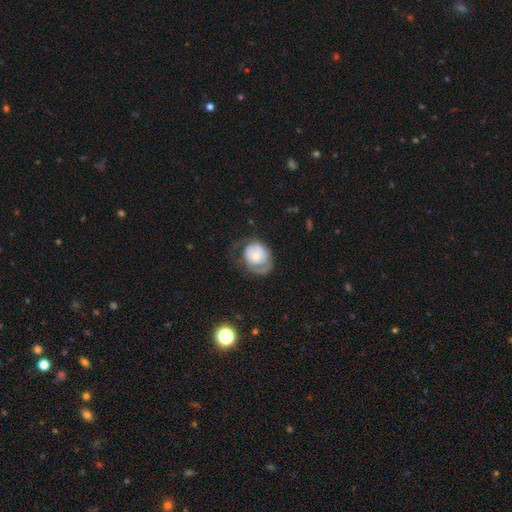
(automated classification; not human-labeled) smooth-or-featured: featured or disk: 52% | smooth: 42% | star or artifact: 6%
  disk-edge-on: no: 96% | yes: 4%
    bar: no: 83% | weak: 14% | strong: 3%
    has-spiral-arms: yes: 56% | no: 44%
    bulge-size: moderate: 48% | small: 43% | large: 5% | none: 2% | dominant: 1%
  merging: none: 39% | major disturbance: 31% | minor disturbance: 28% | merger: 2%